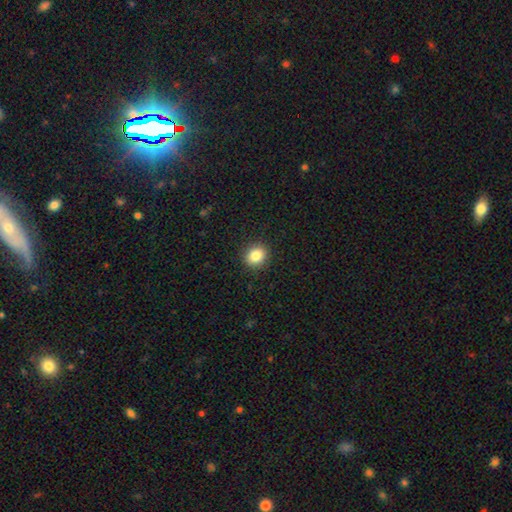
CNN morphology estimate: Smooth or featured: smooth — 85% (star or artifact — 10%)
How rounded: round — 75% (in between — 24%)
Merging: none — 91% (minor disturbance — 6%)